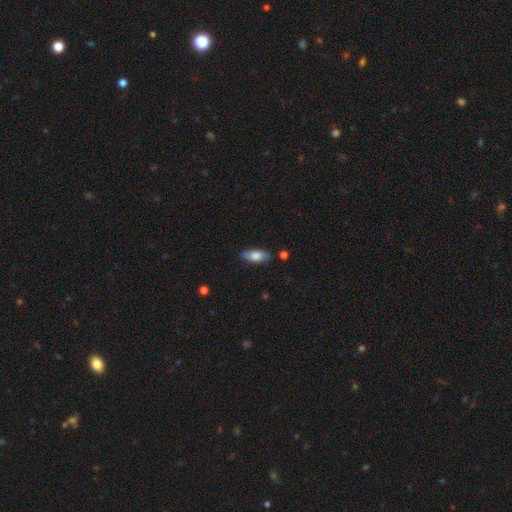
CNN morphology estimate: Smooth or featured: smooth — 69% (featured or disk — 24%)
How rounded: in between — 82% (cigar-shaped — 15%)
Merging: none — 81% (minor disturbance — 14%)